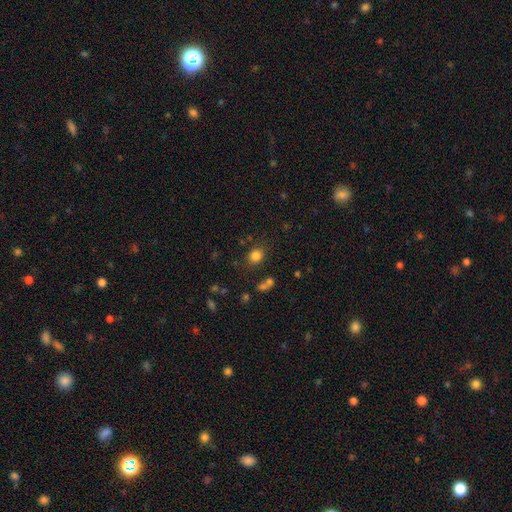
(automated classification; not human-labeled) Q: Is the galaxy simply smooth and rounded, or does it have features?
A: smooth — 81%.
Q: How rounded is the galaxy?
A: round — 63%.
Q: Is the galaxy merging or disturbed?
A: none — 79%.